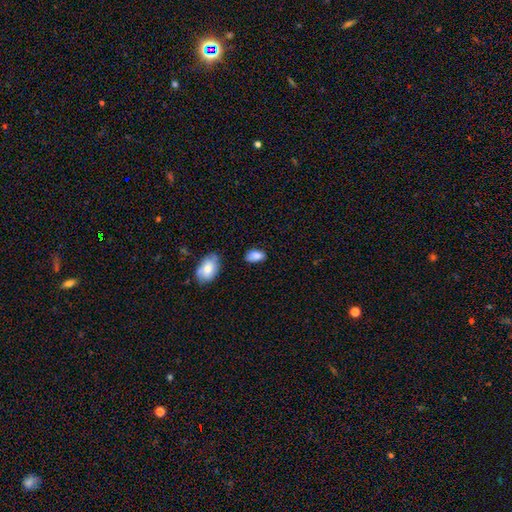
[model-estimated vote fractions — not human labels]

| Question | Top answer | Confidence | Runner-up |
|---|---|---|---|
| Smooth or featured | smooth | 85% | star or artifact (8%) |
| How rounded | in between | 92% | round (6%) |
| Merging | none | 71% | minor disturbance (22%) |